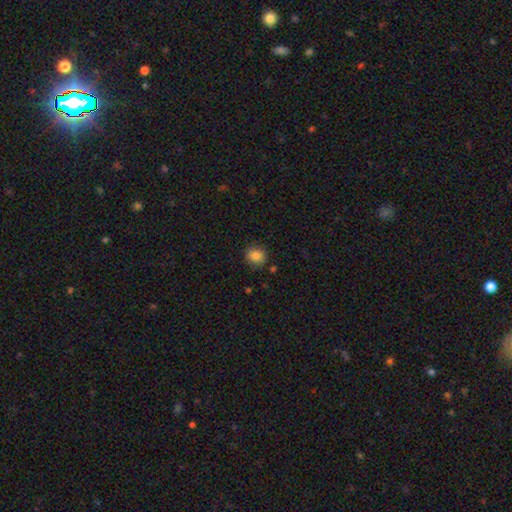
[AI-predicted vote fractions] smooth_or_featured: smooth (p=0.83) [alt: star or artifact p=0.10]
how_rounded: round (p=0.83) [alt: in between p=0.16]
merging: none (p=0.86) [alt: minor disturbance p=0.10]